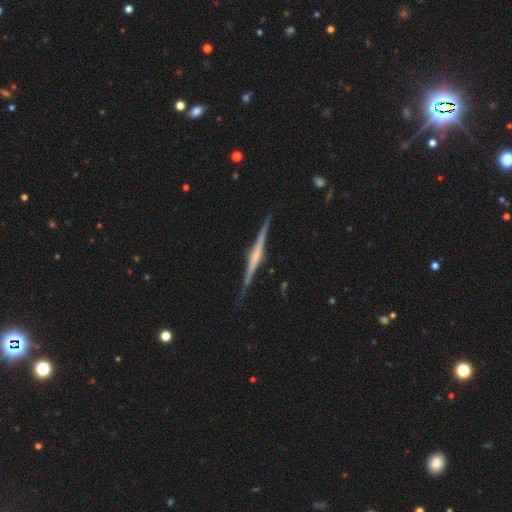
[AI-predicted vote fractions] Smooth or featured?
  - featured or disk: 83% *
  - smooth: 12%
  - star or artifact: 5%
Edge-on disk?
  - yes: 98% *
  - no: 2%
Edge-on bulge?
  - rounded: 59% *
  - boxy: 24%
  - none: 17%
Merging?
  - none: 88% *
  - minor disturbance: 9%
  - major disturbance: 2%
  - merger: 1%